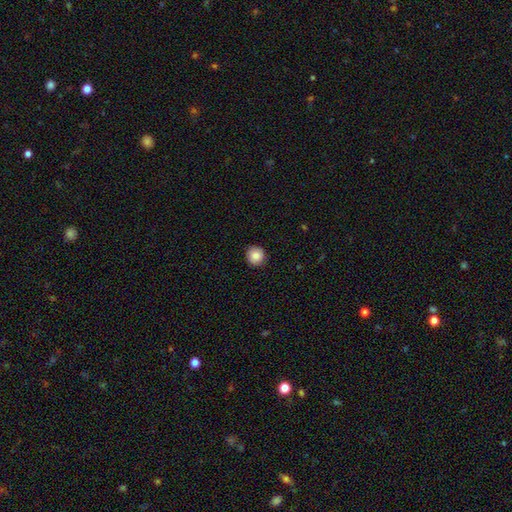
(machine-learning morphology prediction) Smooth or featured? Predicted: smooth (p=0.86). How rounded? Predicted: round (p=0.94). Merging? Predicted: none (p=0.91).